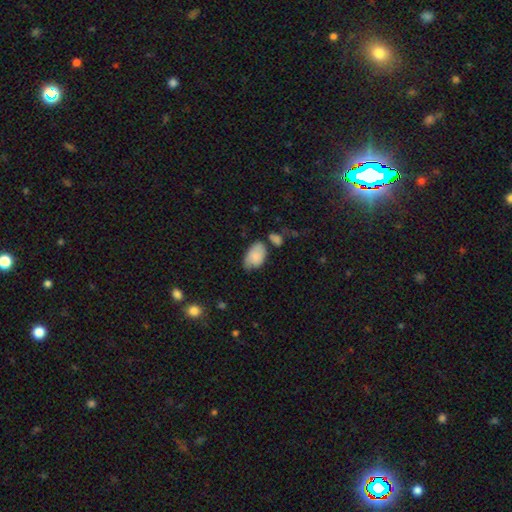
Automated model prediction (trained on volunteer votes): The model was most divided on "merging": none: 46%, minor disturbance: 36%, major disturbance: 10%, merger: 8%. More confident: how rounded — in between (92%); smooth or featured — smooth (78%).